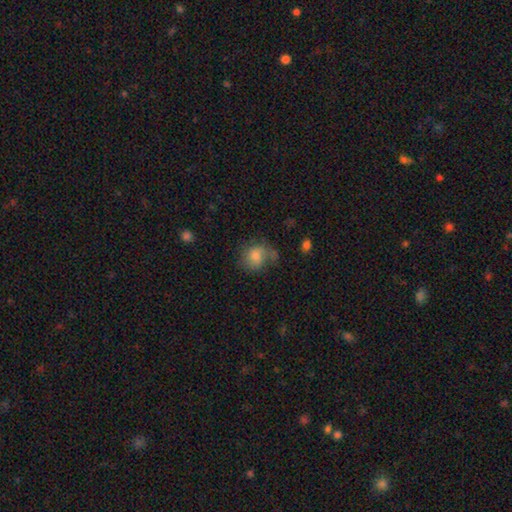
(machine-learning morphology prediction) smooth_or_featured: smooth (p=0.71) [alt: featured or disk p=0.18]
how_rounded: round (p=0.65) [alt: in between p=0.34]
merging: none (p=0.50) [alt: minor disturbance p=0.27]